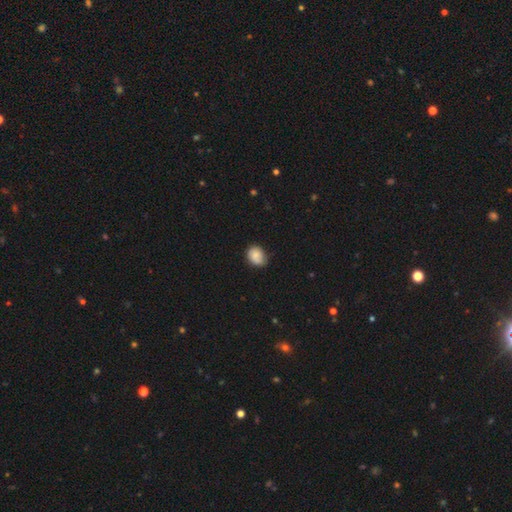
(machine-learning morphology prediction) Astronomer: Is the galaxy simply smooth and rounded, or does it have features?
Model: smooth — 83%.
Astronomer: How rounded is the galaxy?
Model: in between — 50%, tied with round at 50%.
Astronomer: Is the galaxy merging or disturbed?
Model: none — 68%.